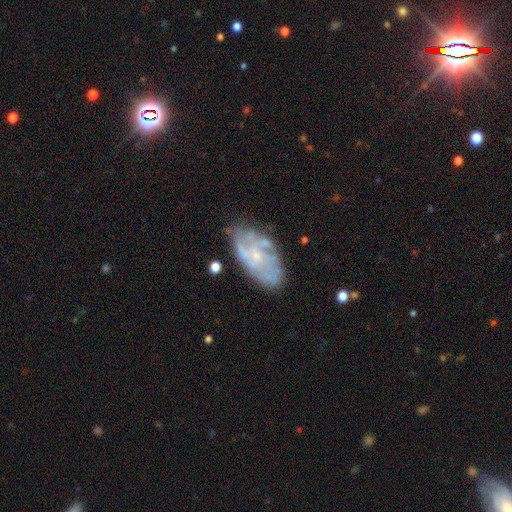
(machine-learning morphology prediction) Smooth or featured: featured or disk — 65% (smooth — 27%)
Edge-on disk: no — 94% (yes — 6%)
Bar: no — 76% (weak — 20%)
Spiral arms: yes — 55% (no — 45%)
Bulge size: small — 70% (moderate — 16%)
Merging: none — 64% (minor disturbance — 22%)